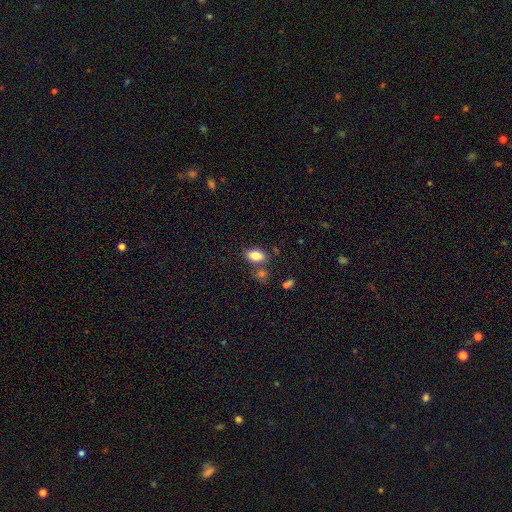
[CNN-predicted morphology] Smooth or featured: smooth — 83% (featured or disk — 9%)
How rounded: in between — 90% (round — 7%)
Merging: none — 70% (minor disturbance — 13%)